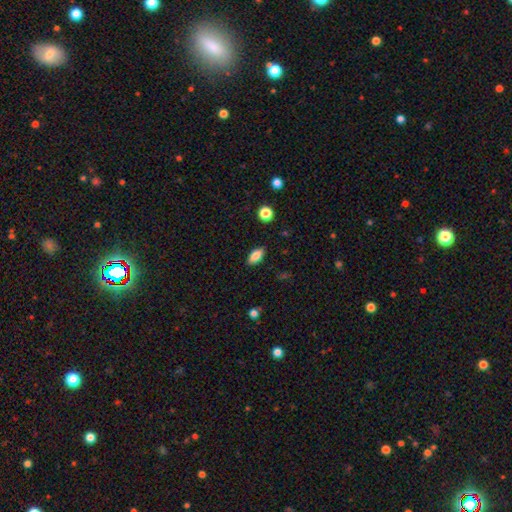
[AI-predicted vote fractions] Smooth or featured: smooth — 81% (featured or disk — 11%)
How rounded: in between — 86% (cigar-shaped — 10%)
Merging: none — 87% (minor disturbance — 9%)